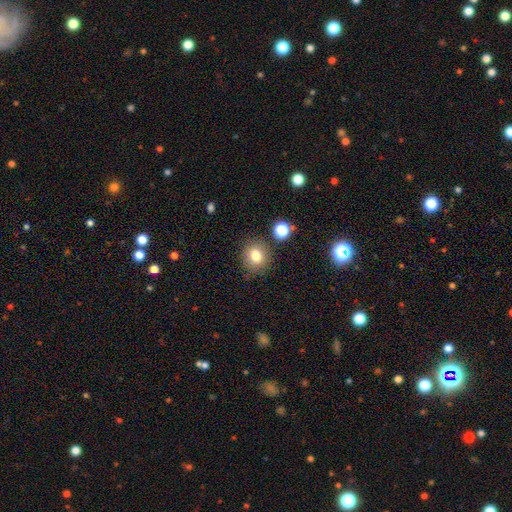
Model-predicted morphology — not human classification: smooth_or_featured: smooth (p=0.78) [alt: star or artifact p=0.13]
how_rounded: round (p=0.80) [alt: in between p=0.19]
merging: none (p=0.82) [alt: minor disturbance p=0.10]